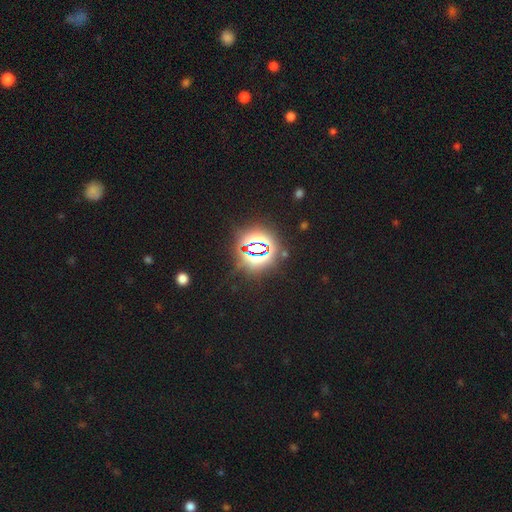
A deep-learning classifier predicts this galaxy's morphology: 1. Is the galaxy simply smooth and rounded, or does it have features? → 82% star or artifact, 11% smooth, 7% featured or disk.